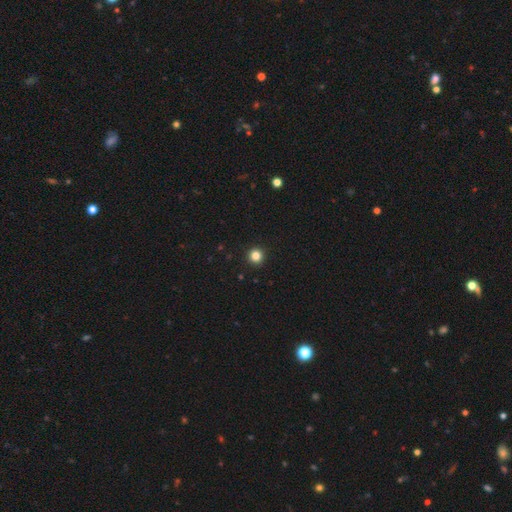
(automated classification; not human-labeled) Smooth or featured? smooth (83%)
How rounded? round (96%)
Merging? none (94%)